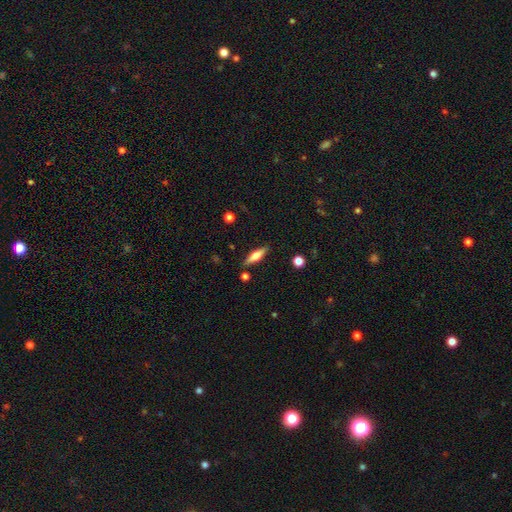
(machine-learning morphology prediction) Overall: featured or disk (47%, tied with smooth). Merging: none (86%).